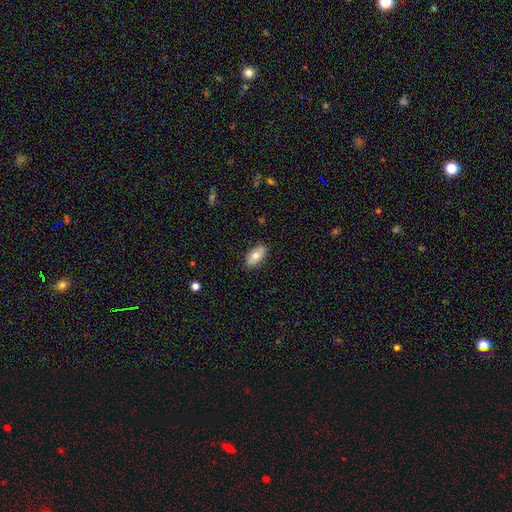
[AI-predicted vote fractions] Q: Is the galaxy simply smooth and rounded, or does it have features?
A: smooth — 72%.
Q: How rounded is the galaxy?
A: in between — 90%.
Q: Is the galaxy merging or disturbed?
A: none — 86%.